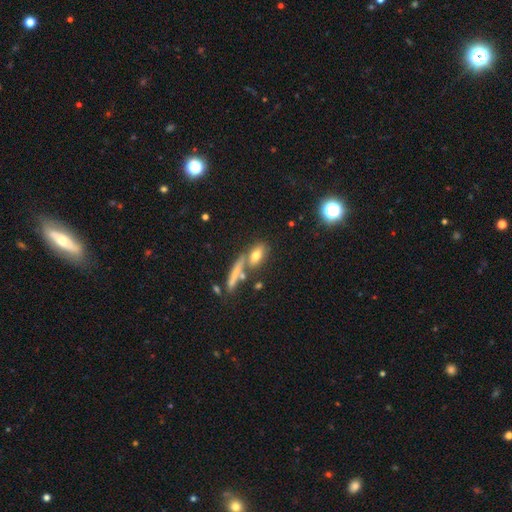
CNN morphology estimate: Q: Smooth or featured?
A: smooth (65%); runner-up: featured or disk (20%)
Q: How rounded?
A: in between (61%); runner-up: cigar-shaped (28%)
Q: Merging?
A: none (56%); runner-up: merger (26%)